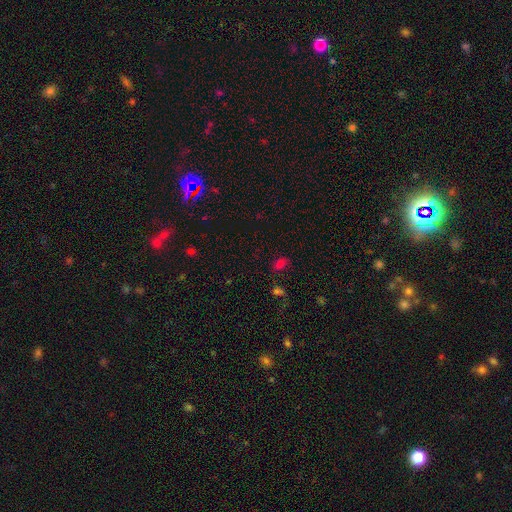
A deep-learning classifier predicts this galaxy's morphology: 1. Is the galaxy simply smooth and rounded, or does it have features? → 49% smooth, 42% star or artifact, 9% featured or disk.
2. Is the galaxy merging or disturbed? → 71% none, 14% minor disturbance, 9% merger, 7% major disturbance.